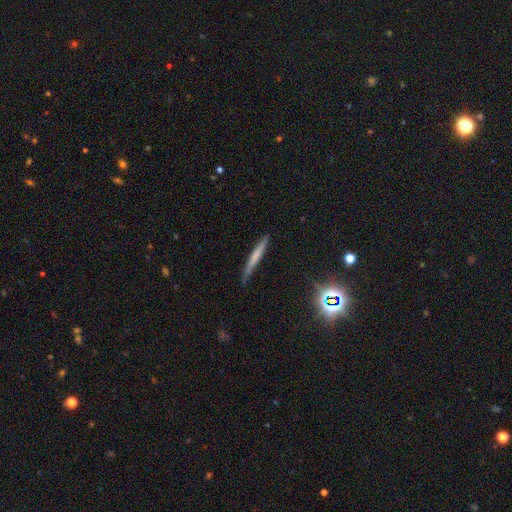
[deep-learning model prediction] Smooth or featured? smooth (56%)
How rounded? cigar-shaped (95%)
Merging? none (79%)